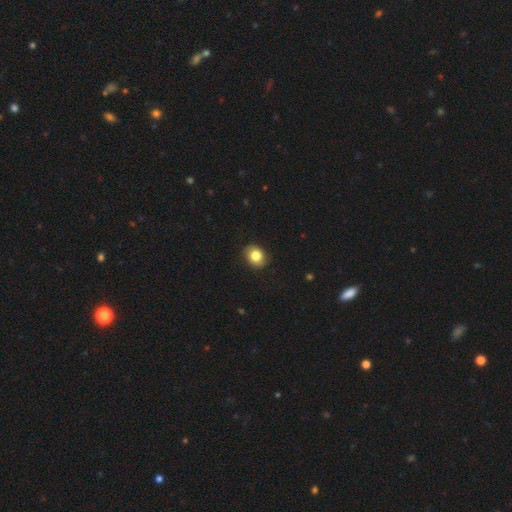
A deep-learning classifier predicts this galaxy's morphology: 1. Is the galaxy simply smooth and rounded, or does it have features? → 82% smooth, 9% featured or disk, 9% star or artifact.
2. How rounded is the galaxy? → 58% round, 41% in between, 1% cigar-shaped.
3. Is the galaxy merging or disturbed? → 86% none, 11% minor disturbance, 2% major disturbance, 1% merger.